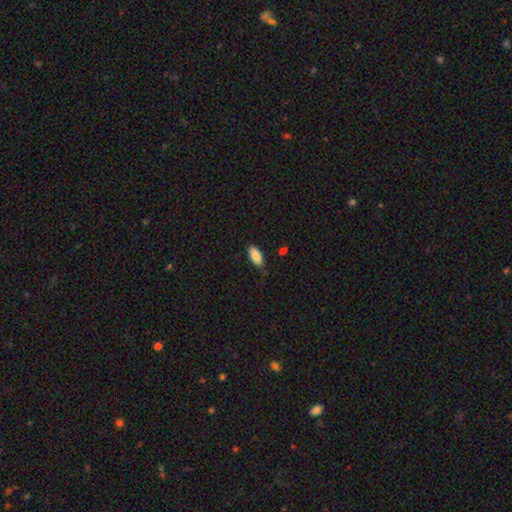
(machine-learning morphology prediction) smooth 86%, featured or disk 8%, star or artifact 7%. Down the decision tree: how rounded — in between (85%); merging — none (80%).